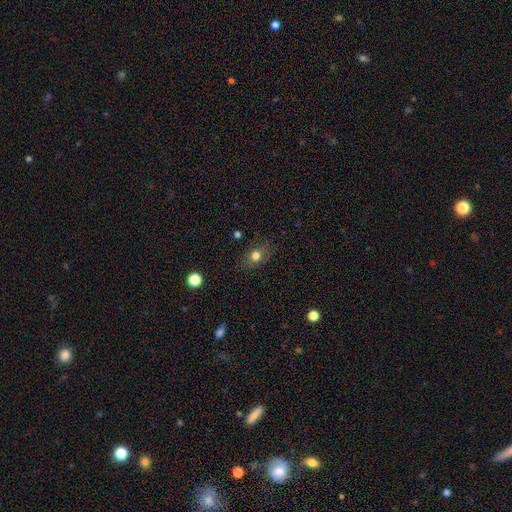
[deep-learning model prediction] Smooth or featured: smooth — 70% (featured or disk — 16%)
How rounded: in between — 61% (round — 36%)
Merging: none — 79% (minor disturbance — 15%)